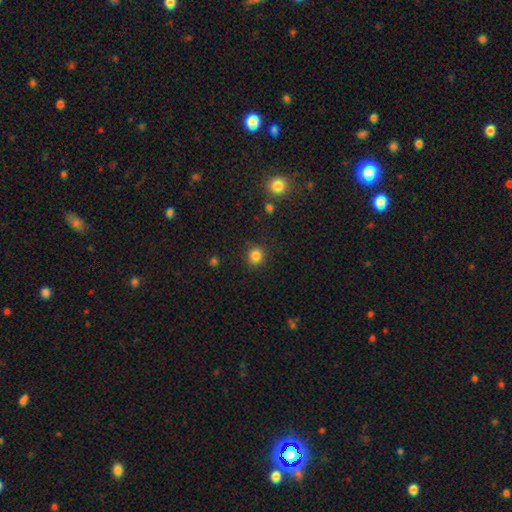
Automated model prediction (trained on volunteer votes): smooth-or-featured: smooth: 84% | star or artifact: 12% | featured or disk: 4%
  how-rounded: round: 88% | in between: 11% | cigar-shaped: 1%
  merging: none: 87% | minor disturbance: 9% | major disturbance: 3% | merger: 2%